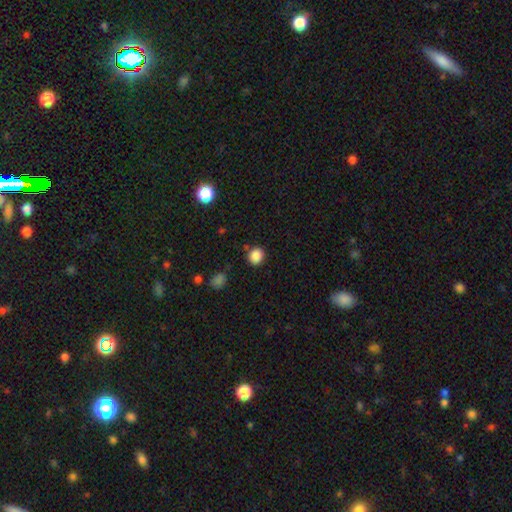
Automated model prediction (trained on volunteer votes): Q: Smooth or featured?
A: smooth (87%); runner-up: star or artifact (10%)
Q: How rounded?
A: round (85%); runner-up: in between (14%)
Q: Merging?
A: none (86%); runner-up: minor disturbance (9%)